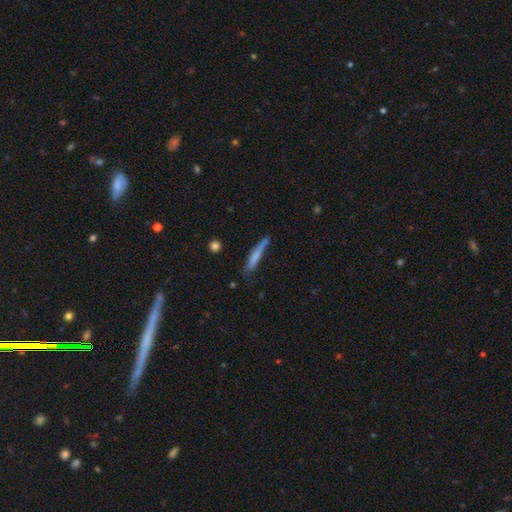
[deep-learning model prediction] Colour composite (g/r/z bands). It shows a smooth galaxy with no disk features (66%) that is cigar-shaped (93%). Merging: none (60%).